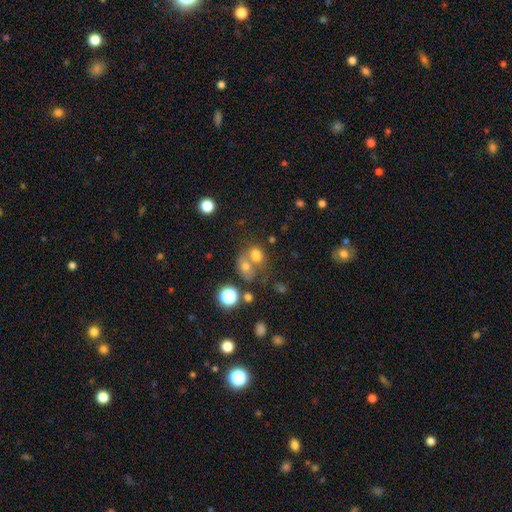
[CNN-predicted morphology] A smooth galaxy with no disk features (69%) that is in between round and cigar-shaped (50%). Merging: merger (52%).